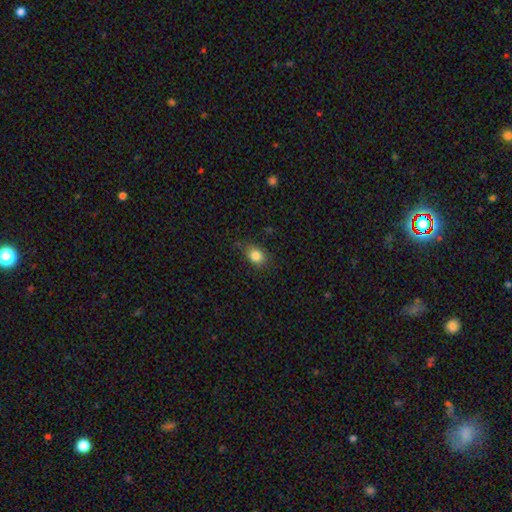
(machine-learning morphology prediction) Smooth or featured?
  - smooth: 85% *
  - star or artifact: 10%
  - featured or disk: 5%
How rounded?
  - in between: 52% *
  - round: 47%
  - cigar-shaped: 1%
Merging?
  - none: 78% *
  - minor disturbance: 16%
  - major disturbance: 4%
  - merger: 1%